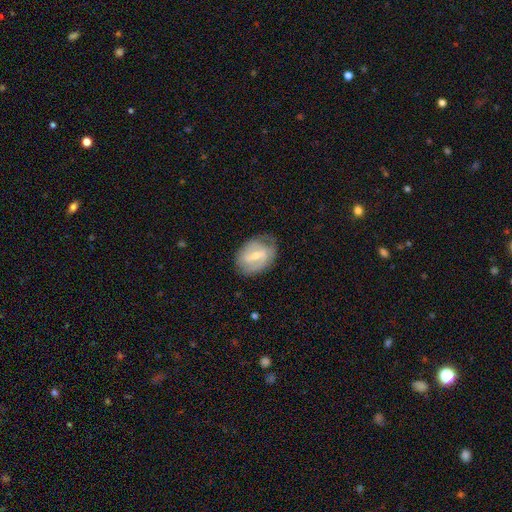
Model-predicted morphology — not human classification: The model was most divided on "bulge size": moderate: 49%, small: 47%, large: 2%, none: 2%, dominant: 1%. Remaining: edge-on disk — no (96%); spiral arms — yes (76%); smooth or featured — featured or disk (69%); merging — none (68%); spiral arm count — 2 (67%); bar — weak (50%); spiral winding — medium (42%).